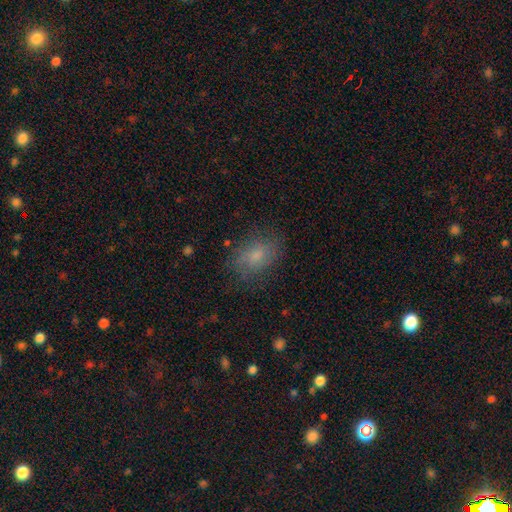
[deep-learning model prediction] smooth-or-featured: smooth: 71% | featured or disk: 19% | star or artifact: 10%
  how-rounded: in between: 78% | round: 21% | cigar-shaped: 2%
  merging: none: 74% | minor disturbance: 17% | major disturbance: 7% | merger: 1%